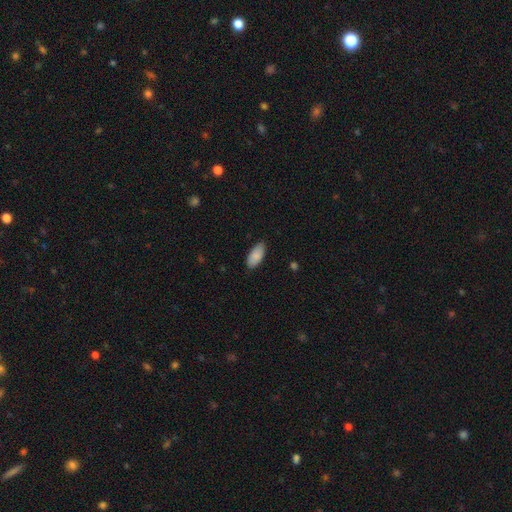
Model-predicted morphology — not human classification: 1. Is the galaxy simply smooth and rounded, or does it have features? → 88% smooth, 6% star or artifact, 6% featured or disk.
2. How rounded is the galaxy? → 92% in between, 7% cigar-shaped, 2% round.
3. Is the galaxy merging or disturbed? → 85% none, 12% minor disturbance, 2% major disturbance, 1% merger.